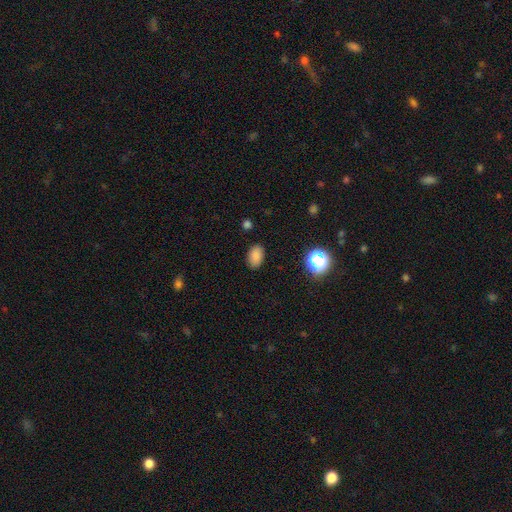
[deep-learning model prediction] Smooth or featured? smooth (83%)
How rounded? in between (88%)
Merging? none (86%)